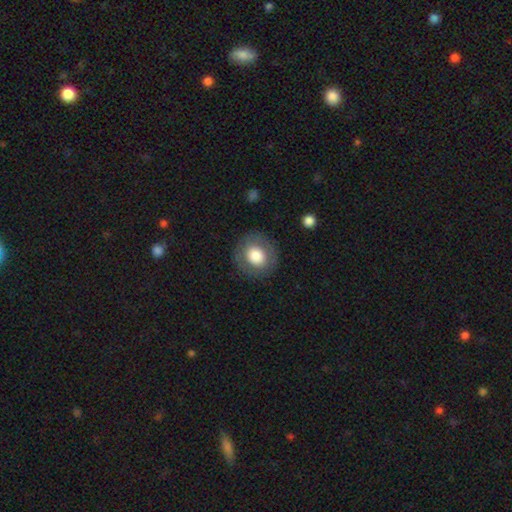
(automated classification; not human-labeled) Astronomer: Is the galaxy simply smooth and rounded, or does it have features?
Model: smooth — 73%.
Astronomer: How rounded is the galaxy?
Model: round — 85%.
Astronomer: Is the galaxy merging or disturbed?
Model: none — 86%.